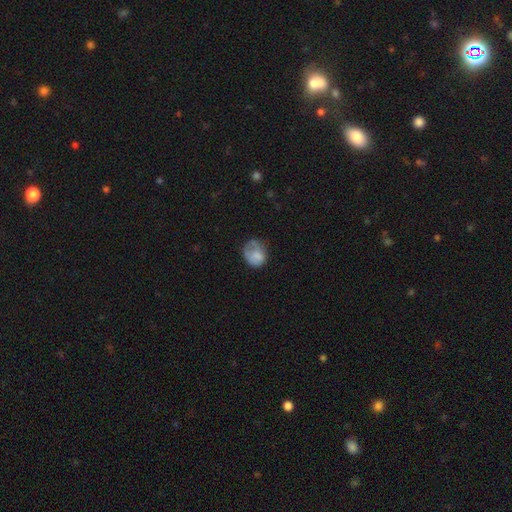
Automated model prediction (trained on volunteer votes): smooth_or_featured: smooth (p=0.72) [alt: featured or disk p=0.19]
how_rounded: round (p=0.56) [alt: in between p=0.43]
merging: none (p=0.41) [alt: minor disturbance p=0.32]